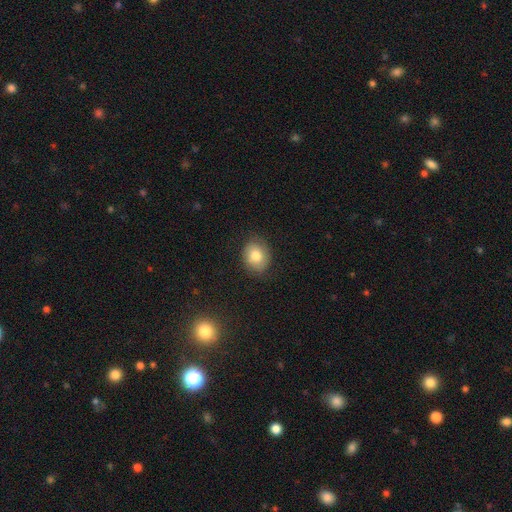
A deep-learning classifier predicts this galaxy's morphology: Smooth or featured? Predicted: smooth (p=0.77). How rounded? Predicted: round (p=0.54). Merging? Predicted: none (p=0.78).